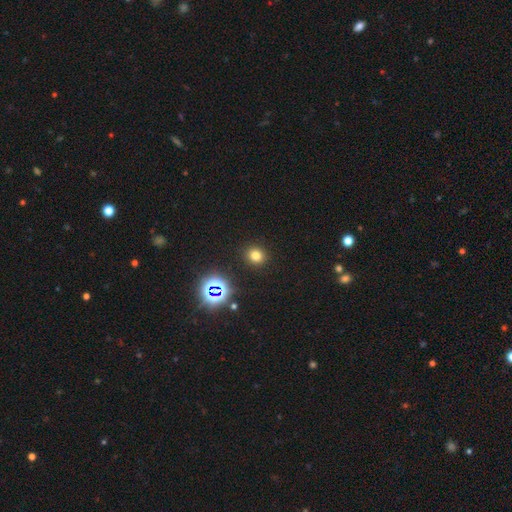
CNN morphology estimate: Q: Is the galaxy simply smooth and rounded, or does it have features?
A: smooth — 73%.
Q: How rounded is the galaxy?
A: round — 81%.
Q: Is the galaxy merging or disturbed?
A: none — 90%.